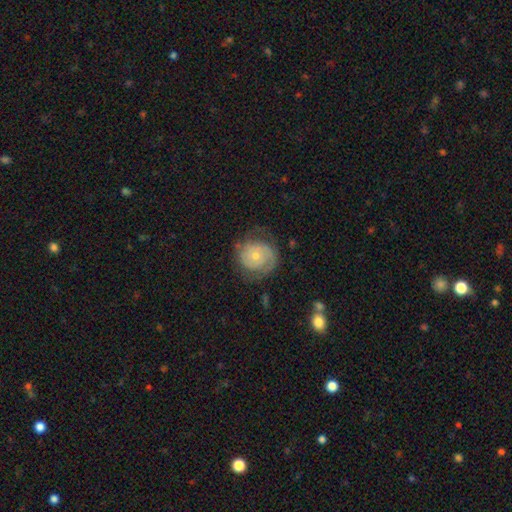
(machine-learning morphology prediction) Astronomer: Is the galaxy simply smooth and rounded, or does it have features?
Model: featured or disk — 67%.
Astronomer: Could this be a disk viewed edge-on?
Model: no — 98%.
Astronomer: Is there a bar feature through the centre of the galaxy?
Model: no — 80%.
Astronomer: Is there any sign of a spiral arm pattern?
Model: yes — 85%.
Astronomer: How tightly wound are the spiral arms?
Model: tight — 57%.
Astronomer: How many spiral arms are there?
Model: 2 — 56%.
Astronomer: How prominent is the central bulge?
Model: small — 57% (runner-up: moderate, 38%).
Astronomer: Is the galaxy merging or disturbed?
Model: none — 63%.